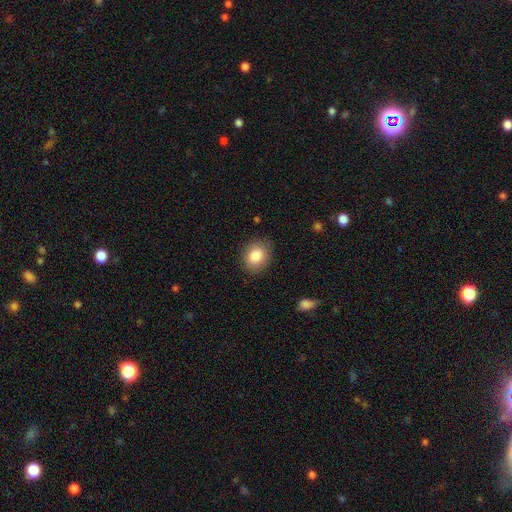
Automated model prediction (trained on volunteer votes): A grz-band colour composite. It shows a smooth galaxy with no disk features (85%) that is round (63%). Merging: none (85%).